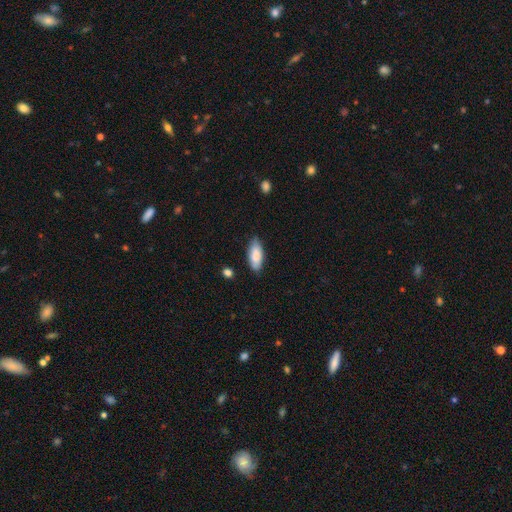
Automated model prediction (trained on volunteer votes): Smooth or featured? smooth (84%)
How rounded? in between (84%)
Merging? none (80%)